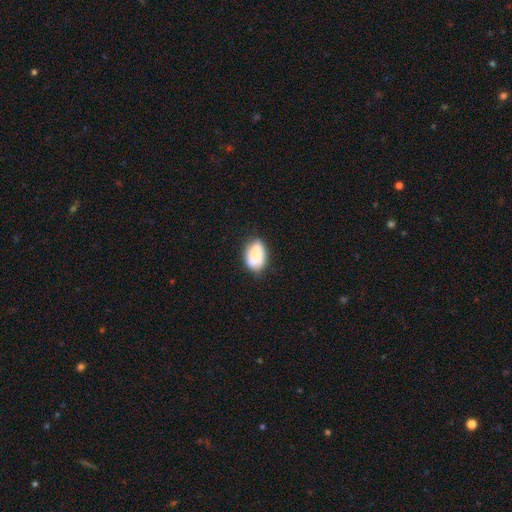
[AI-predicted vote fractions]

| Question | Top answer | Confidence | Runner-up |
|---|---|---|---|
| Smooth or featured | smooth | 80% | featured or disk (13%) |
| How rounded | in between | 86% | round (13%) |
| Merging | none | 68% | minor disturbance (24%) |